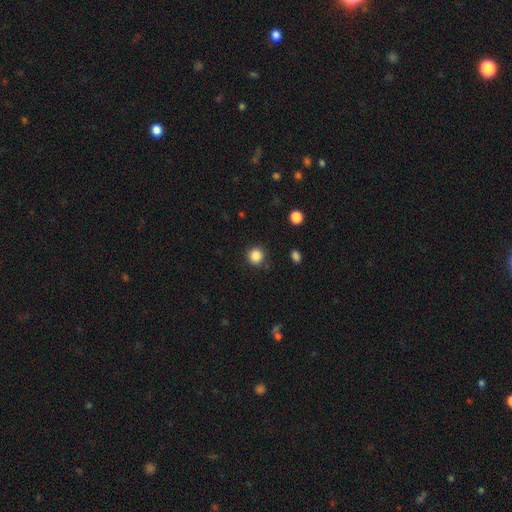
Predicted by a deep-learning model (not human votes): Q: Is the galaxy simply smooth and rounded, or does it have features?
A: smooth — 86%.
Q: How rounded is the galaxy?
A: round — 92%.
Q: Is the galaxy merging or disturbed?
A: none — 87%.